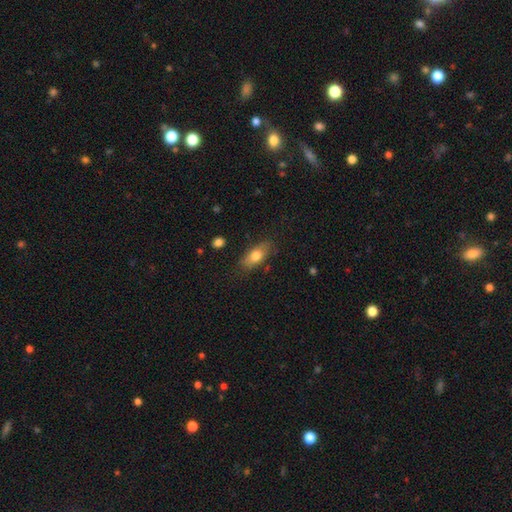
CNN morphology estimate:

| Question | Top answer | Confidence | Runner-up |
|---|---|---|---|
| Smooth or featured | smooth | 74% | featured or disk (19%) |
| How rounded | in between | 82% | cigar-shaped (14%) |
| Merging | none | 79% | minor disturbance (16%) |